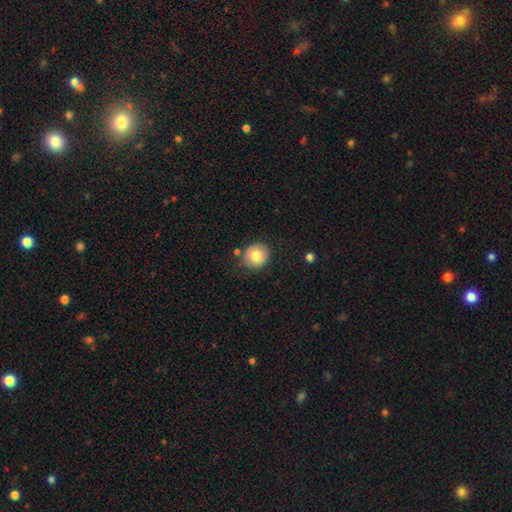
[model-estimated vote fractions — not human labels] Smooth or featured?
  - smooth: 81% *
  - featured or disk: 10%
  - star or artifact: 9%
How rounded?
  - round: 85% *
  - in between: 14%
  - cigar-shaped: 1%
Merging?
  - none: 80% *
  - minor disturbance: 13%
  - merger: 4%
  - major disturbance: 3%